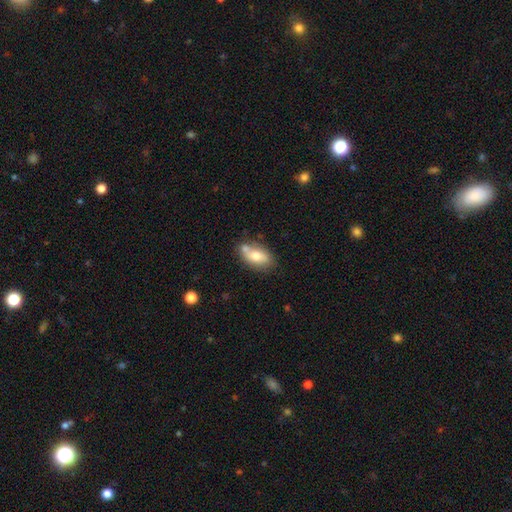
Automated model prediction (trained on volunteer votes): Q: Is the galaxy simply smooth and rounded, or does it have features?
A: smooth — 69%.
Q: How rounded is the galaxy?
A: in between — 89%.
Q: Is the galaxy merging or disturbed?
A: none — 59%.